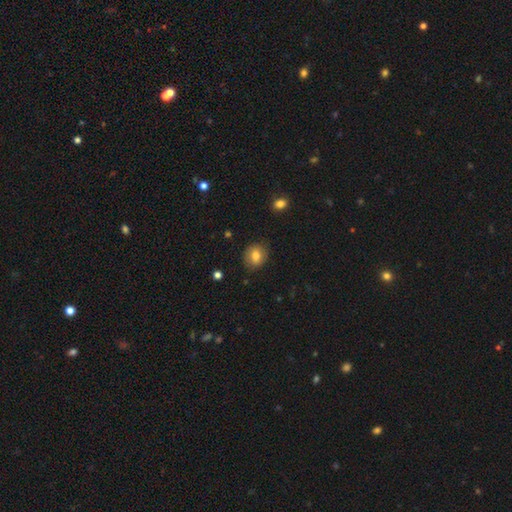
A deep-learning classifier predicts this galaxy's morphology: smooth 76%, featured or disk 15%, star or artifact 9%. Down the decision tree: how rounded — round (62%); merging — none (82%).